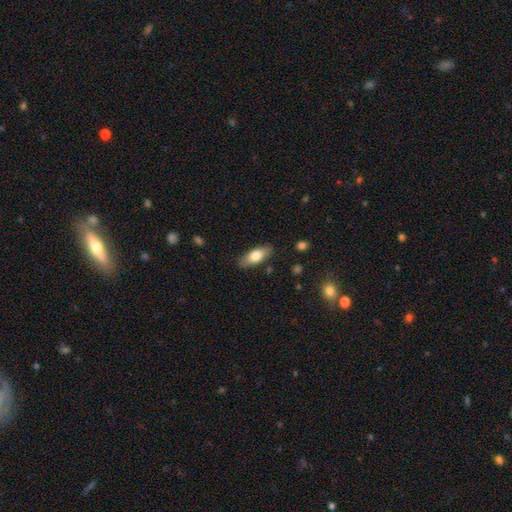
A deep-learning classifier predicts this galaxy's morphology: Smooth or featured? smooth (73%)
How rounded? in between (76%)
Merging? none (85%)